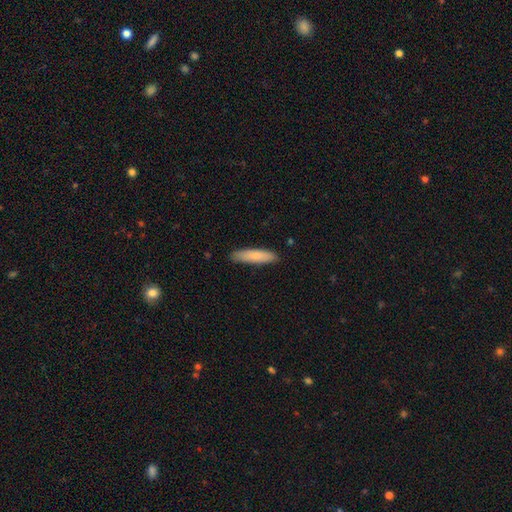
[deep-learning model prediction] Q: Smooth or featured?
A: smooth (82%); runner-up: featured or disk (13%)
Q: How rounded?
A: cigar-shaped (73%); runner-up: in between (25%)
Q: Merging?
A: none (87%); runner-up: minor disturbance (10%)